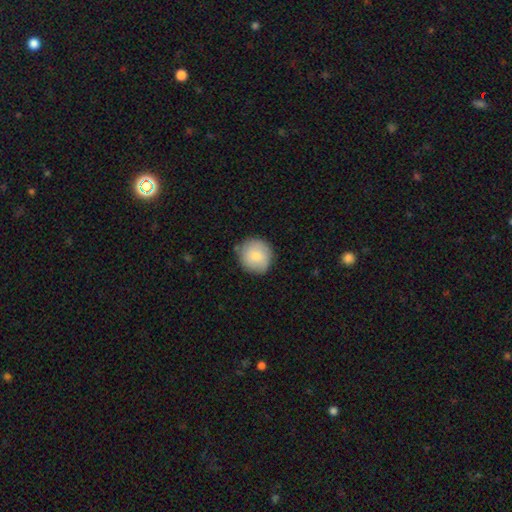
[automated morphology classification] Smooth or featured?
  - smooth: 80% *
  - featured or disk: 14%
  - star or artifact: 7%
How rounded?
  - round: 91% *
  - in between: 8%
  - cigar-shaped: 1%
Merging?
  - none: 80% *
  - minor disturbance: 15%
  - major disturbance: 3%
  - merger: 2%